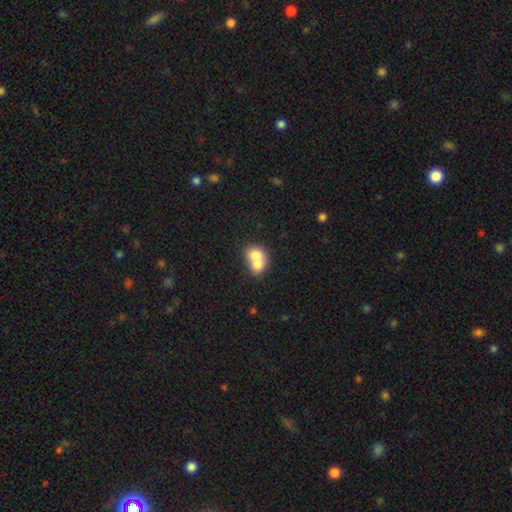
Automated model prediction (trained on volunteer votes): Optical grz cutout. It shows a smooth galaxy with no disk features (72%) that is round (51%). Merging: merger (74%).